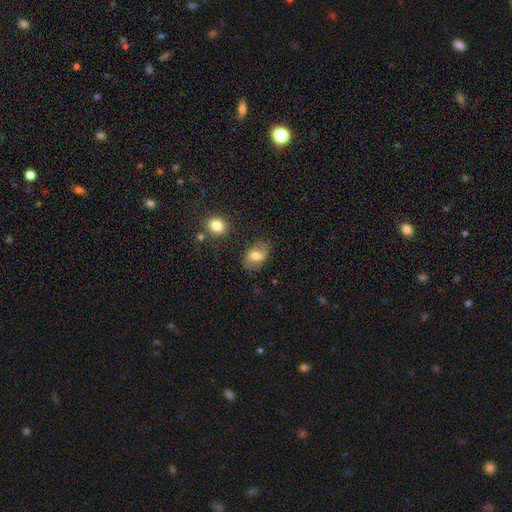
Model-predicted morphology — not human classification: type=smooth (62%); roundness=in between (79%); merging=none (72%).